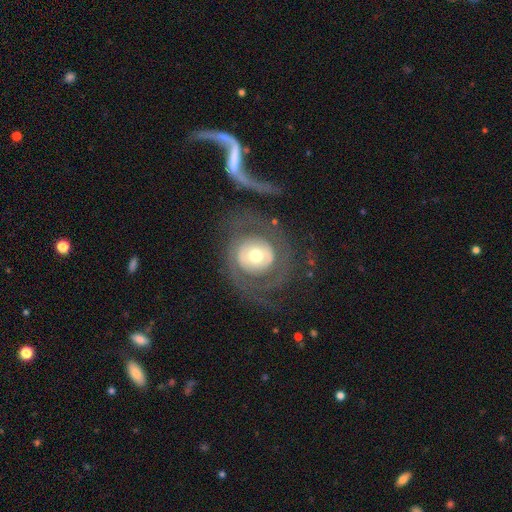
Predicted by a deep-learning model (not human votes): Q: Smooth or featured?
A: featured or disk (67%); runner-up: smooth (27%)
Q: Edge-on disk?
A: no (96%); runner-up: yes (4%)
Q: Bar?
A: no (76%); runner-up: weak (17%)
Q: Spiral arms?
A: yes (52%); runner-up: no (48%)
Q: Bulge size?
A: moderate (64%); runner-up: small (20%)
Q: Merging?
A: none (63%); runner-up: major disturbance (20%)